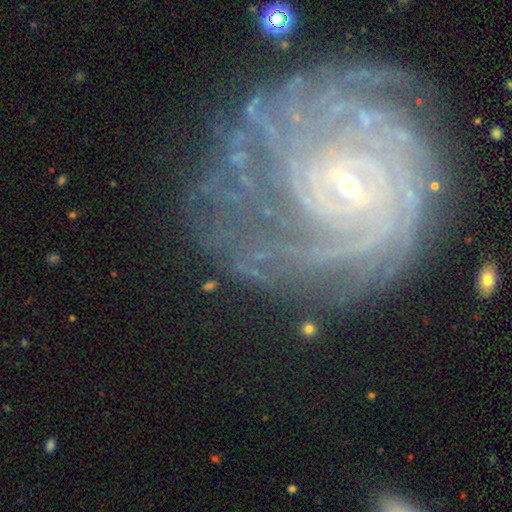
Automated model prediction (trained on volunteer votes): A featured or disk galaxy (87%) with a weak bar (38%), tight (81%) spiral arms (98%) and a small central bulge (79%).

Vote fractions:
- Smooth or featured? featured or disk: 87% / star or artifact: 8% / smooth: 5%
- Edge-on disk? no: 97% / yes: 3%
- Bar? weak: 38% / no: 37% / strong: 25%
- Spiral arms? yes: 98% / no: 2%
- Spiral winding? tight: 81% / medium: 16% / loose: 3%
- Spiral arm count? can't tell: 24% / more than 4: 21% / 4: 20% / 3: 14% / 2: 14% / 1: 9%
- Bulge size? small: 79% / moderate: 17% / large: 2% / none: 1% / dominant: 1%
- Merging? none: 69% / minor disturbance: 18% / major disturbance: 11% / merger: 3%